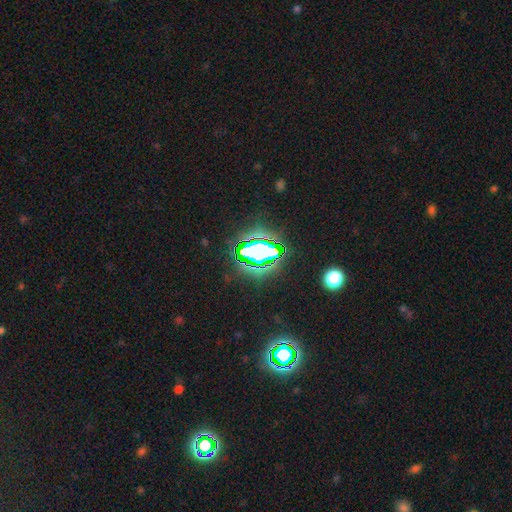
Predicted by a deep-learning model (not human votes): A star or artifact, not a galaxy (62%).